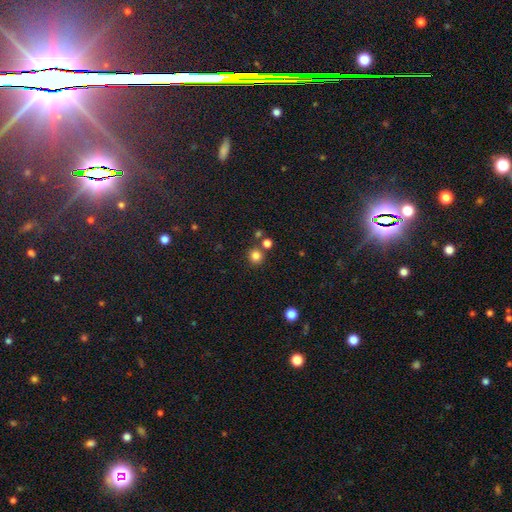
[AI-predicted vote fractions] Smooth or featured: smooth — 81% (star or artifact — 14%)
How rounded: round — 92% (in between — 7%)
Merging: none — 79% (merger — 12%)